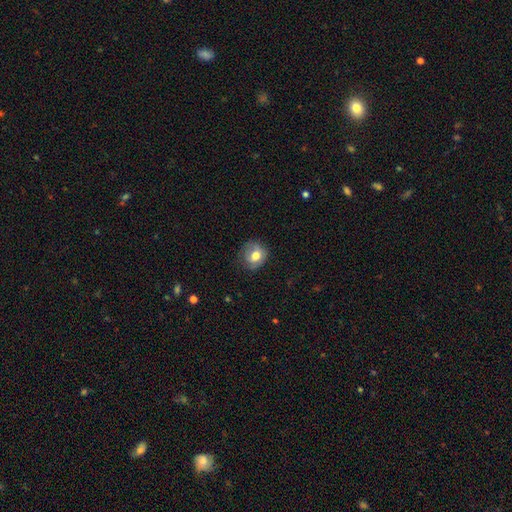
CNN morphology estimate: Q: Smooth or featured?
A: smooth (71%); runner-up: featured or disk (20%)
Q: How rounded?
A: round (75%); runner-up: in between (24%)
Q: Merging?
A: none (70%); runner-up: minor disturbance (22%)